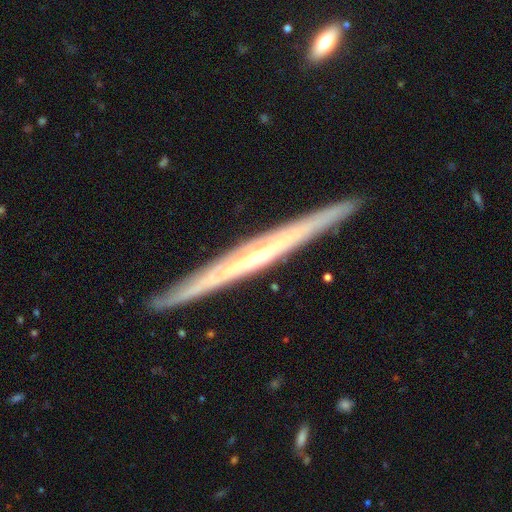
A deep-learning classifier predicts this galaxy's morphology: Q: Smooth or featured?
A: featured or disk (79%); runner-up: smooth (15%)
Q: Edge-on disk?
A: yes (96%); runner-up: no (4%)
Q: Edge-on bulge?
A: rounded (54%); runner-up: none (42%)
Q: Merging?
A: none (91%); runner-up: minor disturbance (6%)